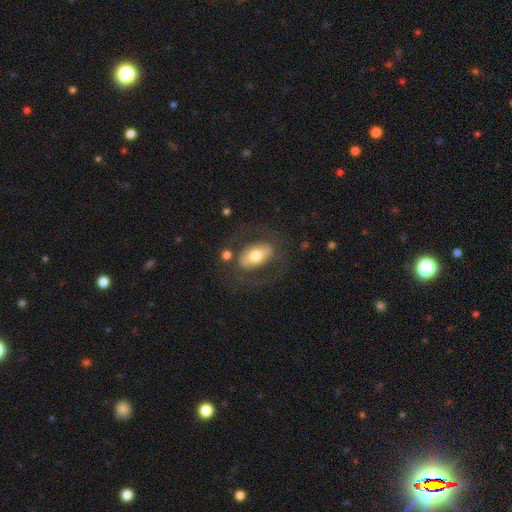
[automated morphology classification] smooth_or_featured: smooth (p=0.50) [alt: featured or disk p=0.43]
how_rounded: in between (p=0.89) [alt: round p=0.09]
merging: none (p=0.69) [alt: minor disturbance p=0.14]